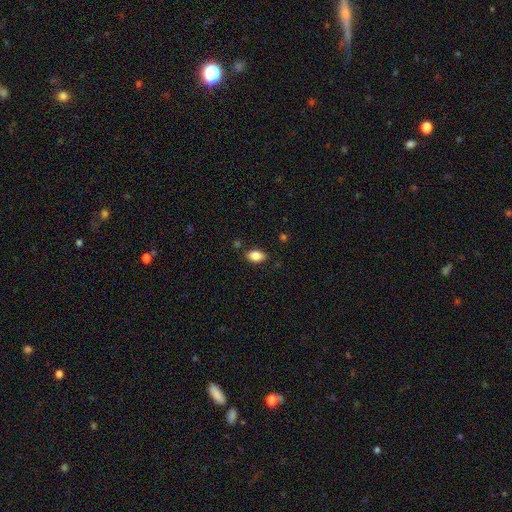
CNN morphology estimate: Smooth or featured?
  - smooth: 83% *
  - featured or disk: 9%
  - star or artifact: 8%
How rounded?
  - in between: 90% *
  - round: 7%
  - cigar-shaped: 3%
Merging?
  - none: 84% *
  - minor disturbance: 12%
  - major disturbance: 2%
  - merger: 2%